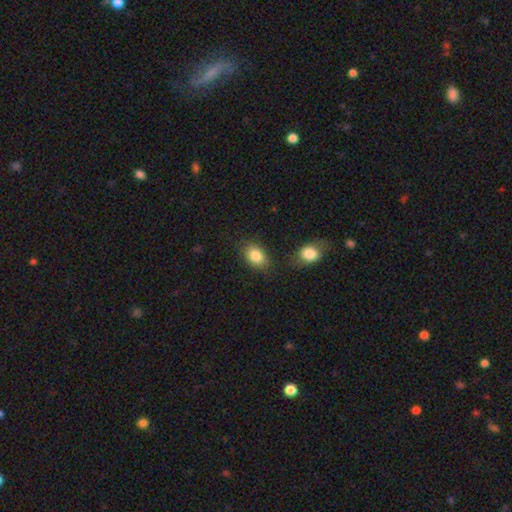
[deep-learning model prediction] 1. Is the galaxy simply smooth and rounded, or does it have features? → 84% smooth, 8% star or artifact, 8% featured or disk.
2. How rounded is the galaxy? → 78% in between, 21% round, 1% cigar-shaped.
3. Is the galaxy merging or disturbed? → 76% none, 13% minor disturbance, 7% merger, 4% major disturbance.